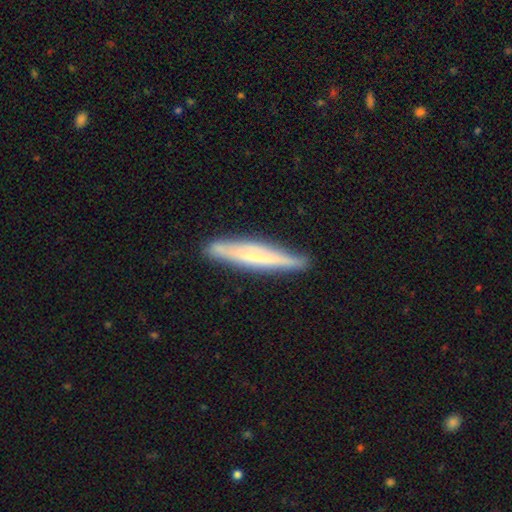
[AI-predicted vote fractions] A featured or disk galaxy (49%).

Vote fractions:
- Smooth or featured? featured or disk: 49% / smooth: 45% / star or artifact: 6%
- Merging? none: 85% / minor disturbance: 11% / major disturbance: 2% / merger: 2%